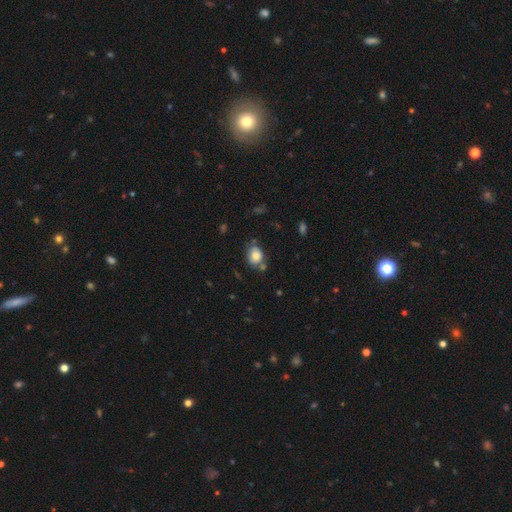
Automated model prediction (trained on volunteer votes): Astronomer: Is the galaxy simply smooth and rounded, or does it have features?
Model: smooth — 79%.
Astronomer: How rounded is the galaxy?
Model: in between — 55% (runner-up: round, 44%).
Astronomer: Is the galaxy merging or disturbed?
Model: none — 61%.